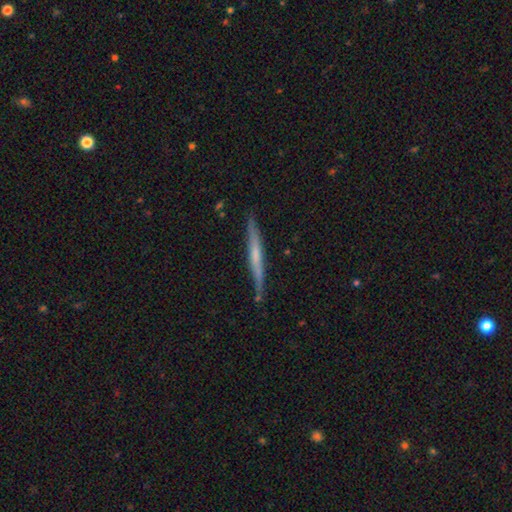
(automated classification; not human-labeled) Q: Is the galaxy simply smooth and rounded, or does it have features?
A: featured or disk — 55%.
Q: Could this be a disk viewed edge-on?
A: yes — 96%.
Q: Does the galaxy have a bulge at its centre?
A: none — 64%.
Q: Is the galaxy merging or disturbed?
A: none — 84%.